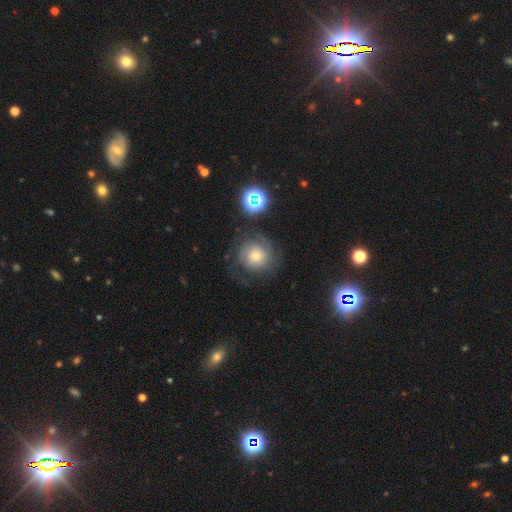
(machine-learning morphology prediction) smooth-or-featured: featured or disk: 61% | smooth: 26% | star or artifact: 13%
  disk-edge-on: no: 97% | yes: 3%
    bar: no: 81% | weak: 15% | strong: 3%
    has-spiral-arms: yes: 89% | no: 11%
      spiral-winding: tight: 59% | medium: 30% | loose: 12%
      spiral-arm-count: 2: 37% | can't tell: 33% | 3: 14% | 1: 6% | 4: 5% | more than 4: 4%
    bulge-size: moderate: 46% | small: 42% | large: 8% | dominant: 2% | none: 2%
  merging: none: 70% | minor disturbance: 15% | major disturbance: 13% | merger: 3%